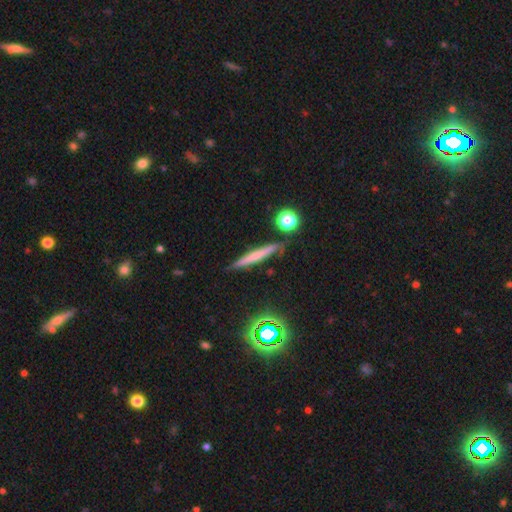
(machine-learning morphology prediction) Smooth or featured? Predicted: smooth (p=0.51). How rounded? Predicted: cigar-shaped (p=0.93). Merging? Predicted: none (p=0.85).